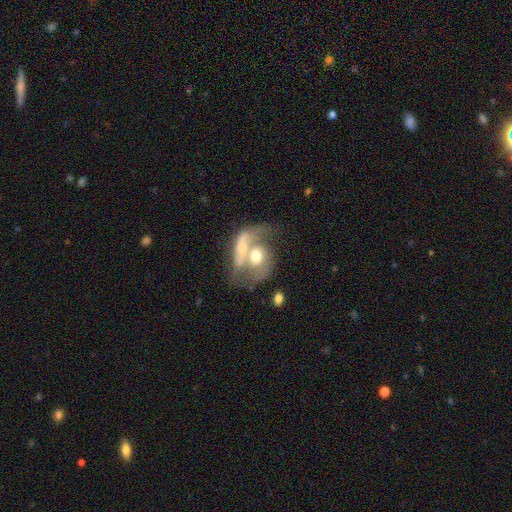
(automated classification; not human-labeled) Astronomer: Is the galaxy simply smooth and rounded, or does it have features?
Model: featured or disk — 58% (runner-up: smooth, 35%).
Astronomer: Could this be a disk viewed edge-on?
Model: no — 93%.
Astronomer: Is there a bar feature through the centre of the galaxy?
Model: no — 71%.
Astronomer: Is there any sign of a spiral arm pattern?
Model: yes — 56% (runner-up: no, 44%).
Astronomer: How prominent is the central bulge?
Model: moderate — 66%.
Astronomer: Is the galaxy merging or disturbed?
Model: merger — 72%.